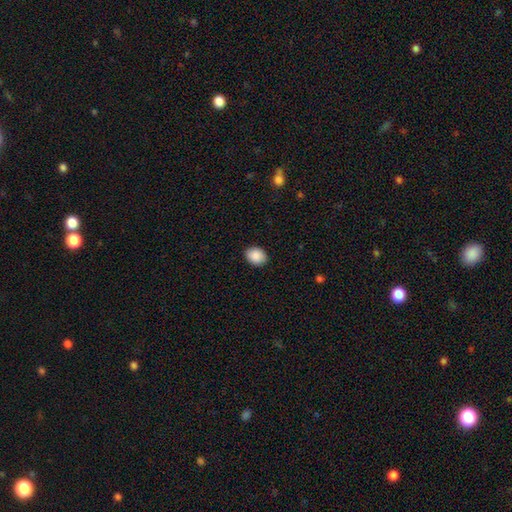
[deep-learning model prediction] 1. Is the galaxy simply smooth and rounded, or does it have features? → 90% smooth, 7% star or artifact, 3% featured or disk.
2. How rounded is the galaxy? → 61% in between, 38% round, 1% cigar-shaped.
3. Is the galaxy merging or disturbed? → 89% none, 8% minor disturbance, 2% major disturbance, 1% merger.